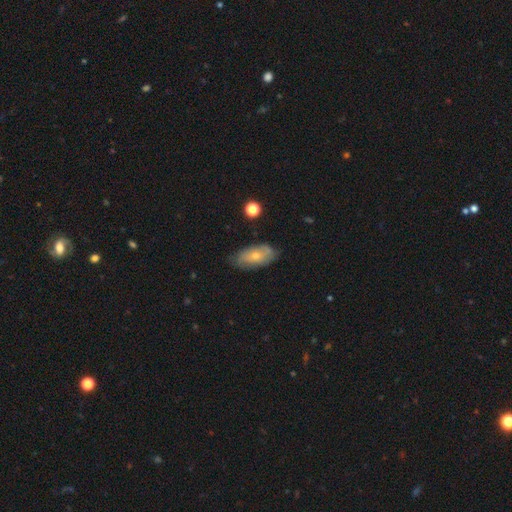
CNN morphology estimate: A smooth galaxy with no disk features (55%) that is in between round and cigar-shaped (90%). Merging: none (70%).